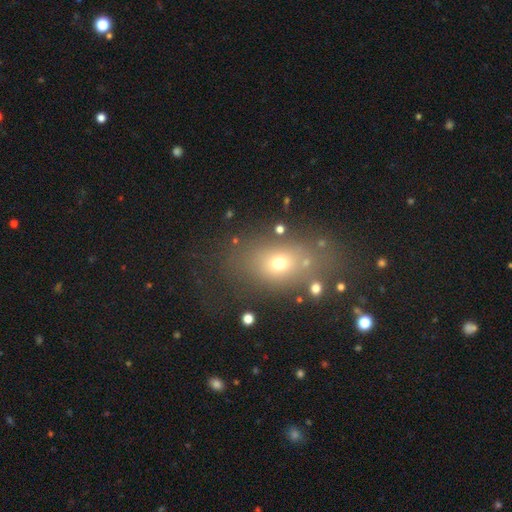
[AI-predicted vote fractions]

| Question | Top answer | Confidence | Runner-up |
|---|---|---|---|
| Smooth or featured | smooth | 54% | star or artifact (27%) |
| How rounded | in between | 67% | round (29%) |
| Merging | none | 75% | minor disturbance (13%) |